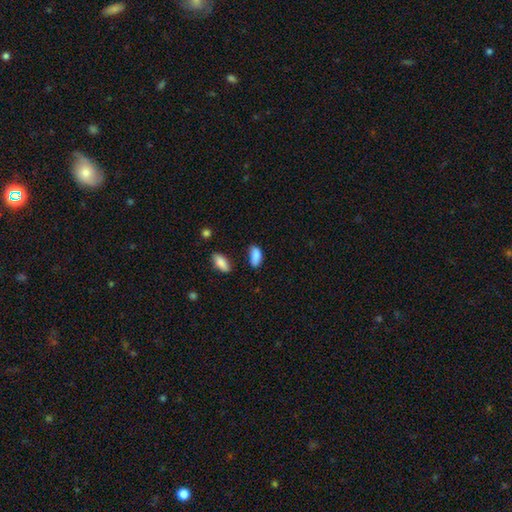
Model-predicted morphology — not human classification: This appears to be a smooth galaxy with no disk features (86%) that is in between round and cigar-shaped (86%). Merging: none (55%).